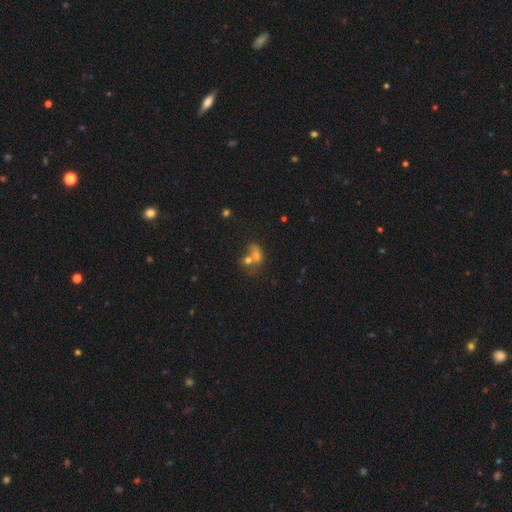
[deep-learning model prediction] smooth_or_featured: smooth (p=0.57) [alt: featured or disk p=0.22]
how_rounded: in between (p=0.55) [alt: round p=0.42]
merging: merger (p=0.58) [alt: none p=0.25]